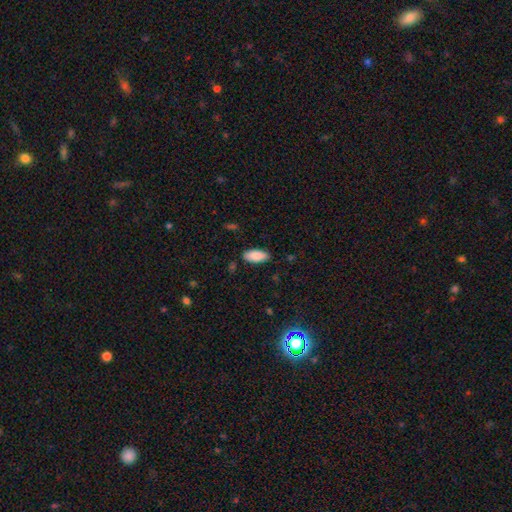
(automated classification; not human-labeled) Overall: smooth (89%). How rounded: in between (89%). Merging: none (85%).